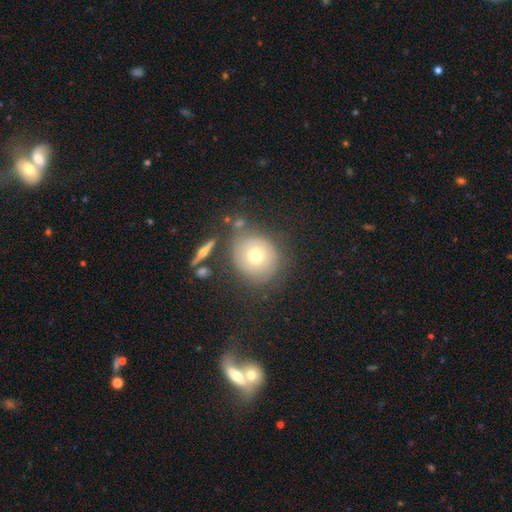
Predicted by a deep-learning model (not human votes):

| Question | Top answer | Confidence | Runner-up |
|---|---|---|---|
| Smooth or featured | smooth | 60% | featured or disk (29%) |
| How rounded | round | 83% | in between (16%) |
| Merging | none | 74% | minor disturbance (14%) |